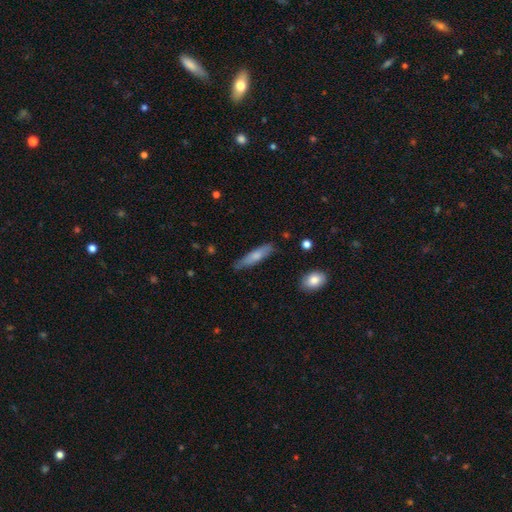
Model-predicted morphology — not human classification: This is likely a smooth galaxy (73%). How rounded: likely cigar-shaped (77%). Merging: likely none (77%).